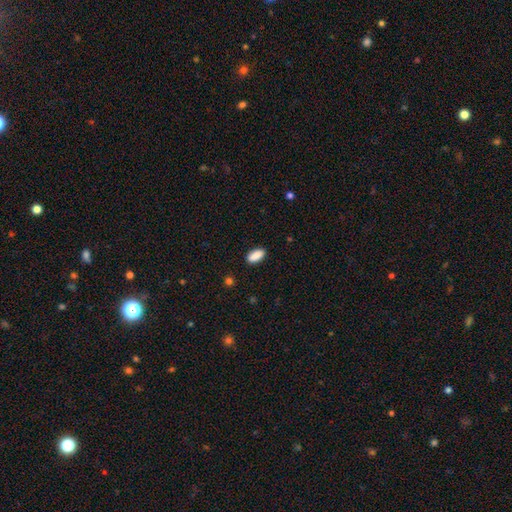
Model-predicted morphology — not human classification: Smooth or featured?
  - smooth: 89% *
  - star or artifact: 7%
  - featured or disk: 4%
How rounded?
  - in between: 87% *
  - cigar-shaped: 10%
  - round: 3%
Merging?
  - none: 87% *
  - minor disturbance: 10%
  - major disturbance: 2%
  - merger: 2%